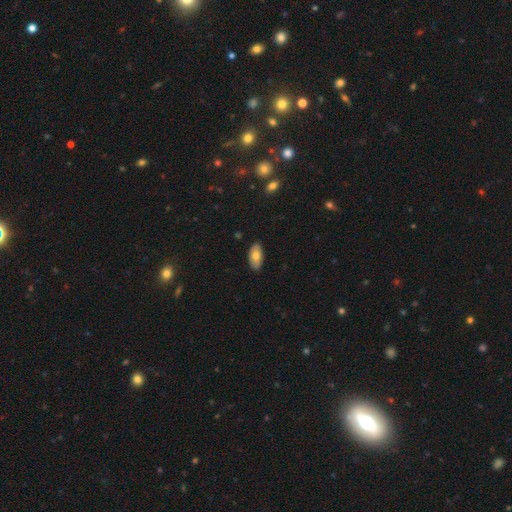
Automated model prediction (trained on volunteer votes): smooth-or-featured: smooth: 74% | featured or disk: 19% | star or artifact: 7%
  how-rounded: in between: 92% | cigar-shaped: 5% | round: 3%
  merging: none: 88% | minor disturbance: 9% | major disturbance: 2% | merger: 1%